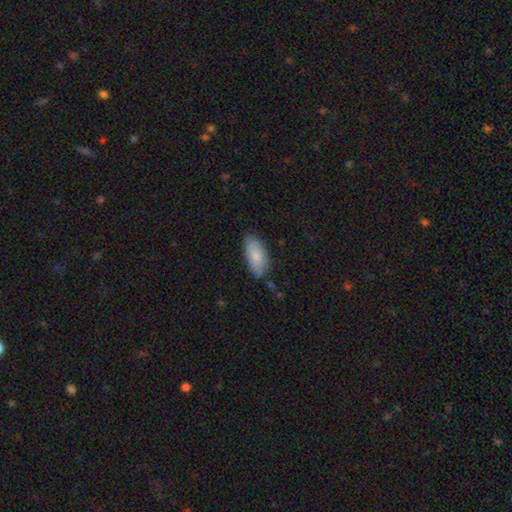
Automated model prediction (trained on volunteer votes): Q: Smooth or featured?
A: smooth (83%); runner-up: featured or disk (11%)
Q: How rounded?
A: in between (90%); runner-up: cigar-shaped (8%)
Q: Merging?
A: none (75%); runner-up: minor disturbance (20%)